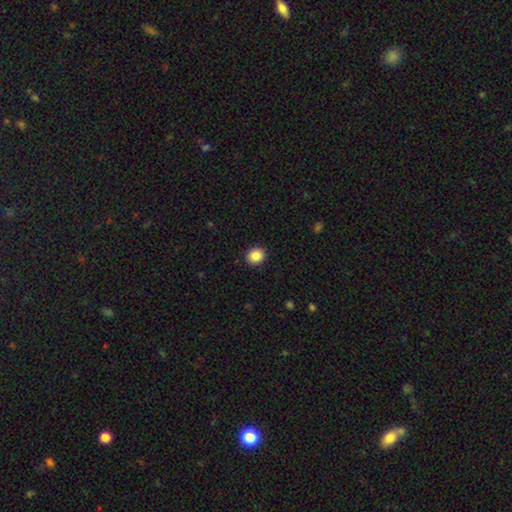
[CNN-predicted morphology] smooth-or-featured: smooth: 86% | star or artifact: 9% | featured or disk: 4%
  how-rounded: round: 76% | in between: 23% | cigar-shaped: 1%
  merging: none: 91% | minor disturbance: 6% | major disturbance: 2% | merger: 1%